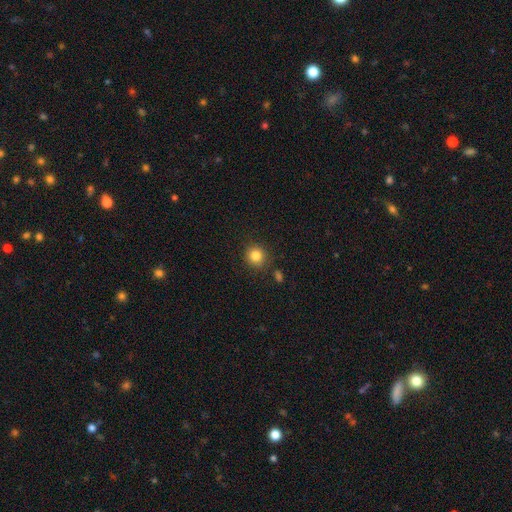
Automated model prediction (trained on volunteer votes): A smooth galaxy with no disk features (84%) that is round (90%).

Vote fractions:
- Smooth or featured? smooth: 84% / star or artifact: 11% / featured or disk: 6%
- How rounded? round: 90% / in between: 10% / cigar-shaped: 1%
- Merging? none: 85% / minor disturbance: 9% / merger: 3% / major disturbance: 3%